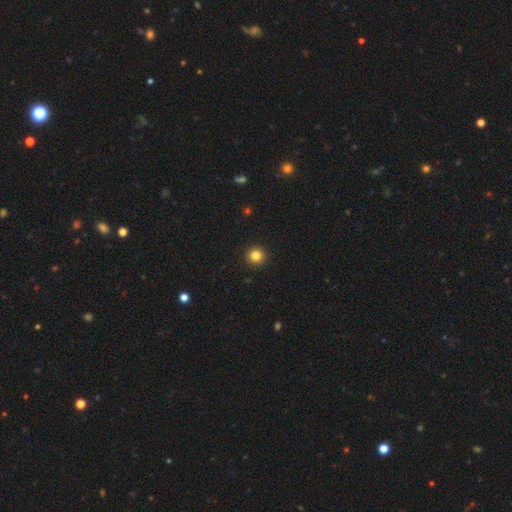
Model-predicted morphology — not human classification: Q: Smooth or featured?
A: smooth (84%); runner-up: star or artifact (12%)
Q: How rounded?
A: round (95%); runner-up: in between (4%)
Q: Merging?
A: none (93%); runner-up: minor disturbance (4%)